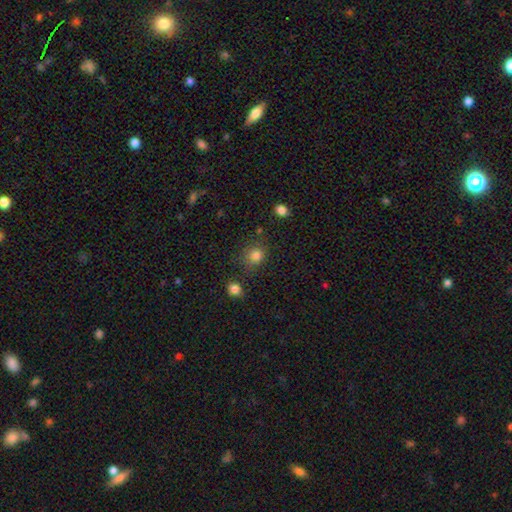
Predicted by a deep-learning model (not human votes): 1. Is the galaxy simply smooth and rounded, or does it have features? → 82% smooth, 13% star or artifact, 5% featured or disk.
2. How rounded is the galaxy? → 82% round, 17% in between, 1% cigar-shaped.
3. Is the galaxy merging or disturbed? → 76% none, 14% minor disturbance, 5% merger, 5% major disturbance.